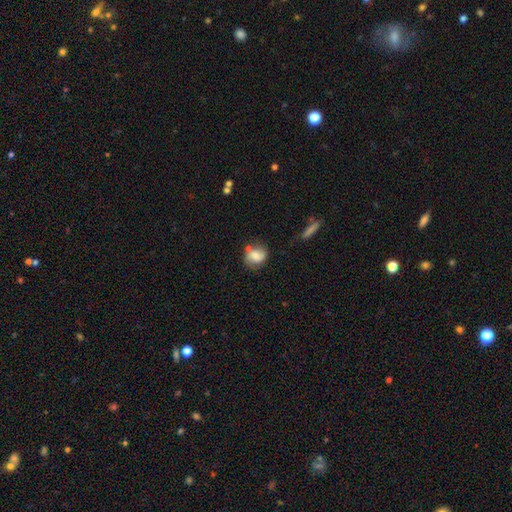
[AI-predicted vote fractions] Q: Smooth or featured?
A: smooth (55%); runner-up: featured or disk (36%)
Q: How rounded?
A: round (63%); runner-up: in between (36%)
Q: Merging?
A: none (62%); runner-up: minor disturbance (22%)